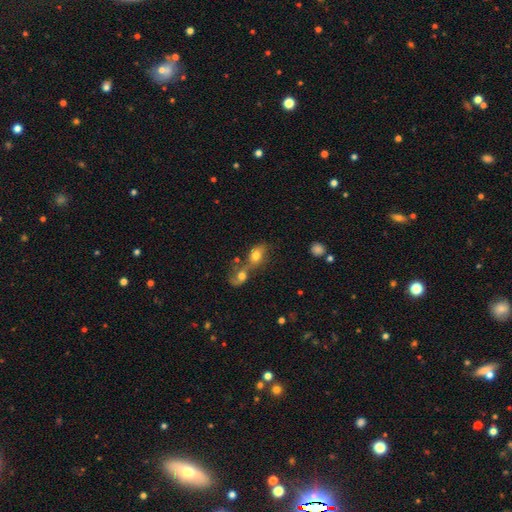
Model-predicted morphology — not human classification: A smooth galaxy with no disk features (73%) that is in between round and cigar-shaped (71%).

Vote fractions:
- Smooth or featured? smooth: 73% / featured or disk: 17% / star or artifact: 10%
- How rounded? in between: 71% / round: 26% / cigar-shaped: 3%
- Merging? merger: 66% / none: 21% / minor disturbance: 7% / major disturbance: 6%